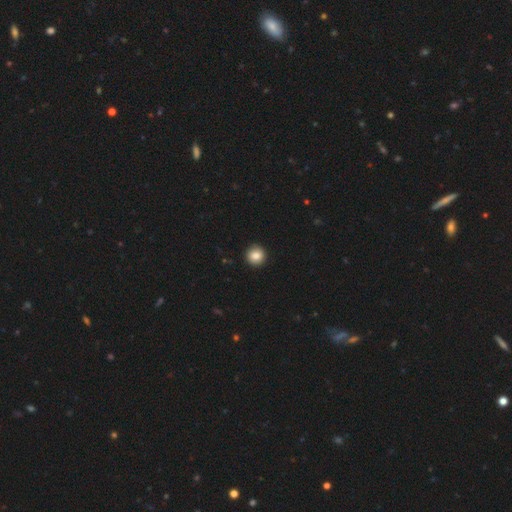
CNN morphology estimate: A smooth galaxy with no disk features (85%) that is round (94%).

Vote fractions:
- Smooth or featured? smooth: 85% / star or artifact: 9% / featured or disk: 6%
- How rounded? round: 94% / in between: 5% / cigar-shaped: 1%
- Merging? none: 93% / minor disturbance: 5% / major disturbance: 1% / merger: 1%